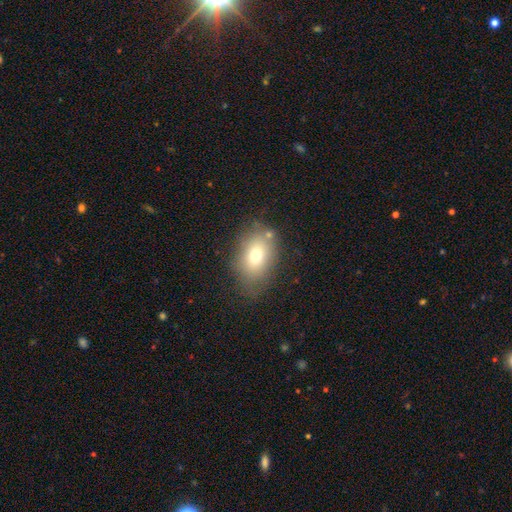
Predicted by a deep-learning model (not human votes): smooth 71%, featured or disk 17%, star or artifact 12%. Down the decision tree: how rounded — in between (75%); merging — none (68%).